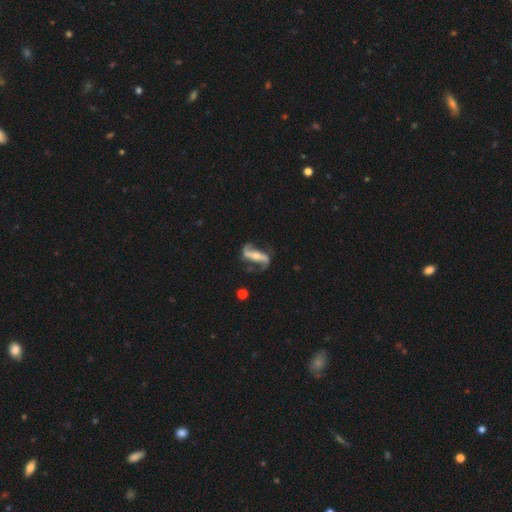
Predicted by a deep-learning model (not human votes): Smooth or featured? Predicted: featured or disk (p=0.87). Edge-on disk? Predicted: no (p=0.90). Bar? Predicted: strong (p=0.57). Spiral arms? Predicted: yes (p=0.94). Spiral winding? Predicted: loose (p=0.69). Spiral arm count? Predicted: 2 (p=0.92). Bulge size? Predicted: small (p=0.50). Merging? Predicted: none (p=0.69).